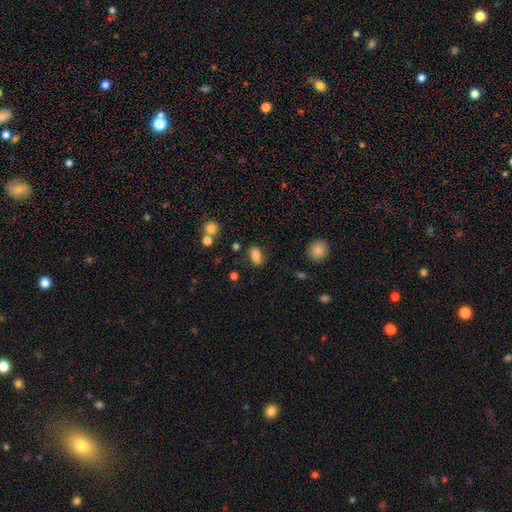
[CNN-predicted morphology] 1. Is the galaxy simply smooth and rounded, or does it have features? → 68% smooth, 21% featured or disk, 10% star or artifact.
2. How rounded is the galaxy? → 83% in between, 12% round, 5% cigar-shaped.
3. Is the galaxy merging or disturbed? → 70% none, 19% minor disturbance, 7% major disturbance, 4% merger.